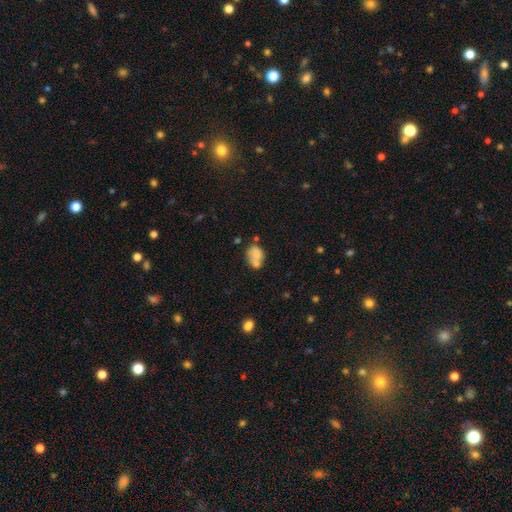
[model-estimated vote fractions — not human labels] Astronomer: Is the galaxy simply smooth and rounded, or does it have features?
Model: smooth — 69%.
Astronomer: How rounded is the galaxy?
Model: in between — 68%.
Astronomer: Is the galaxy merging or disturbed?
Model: merger — 43% (runner-up: none, 31%).